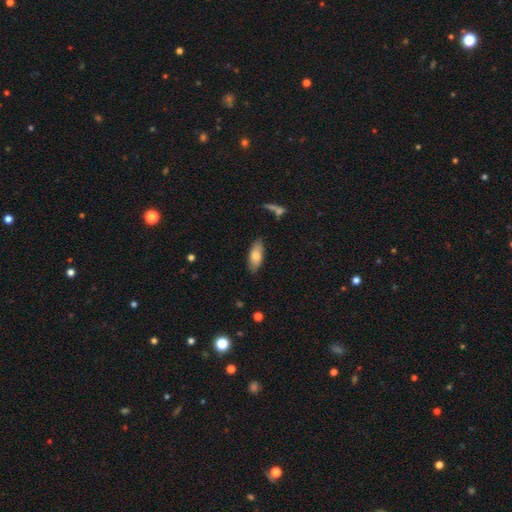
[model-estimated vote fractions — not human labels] A smooth galaxy with no disk features (77%) that is in between round and cigar-shaped (79%). Merging: none (83%).